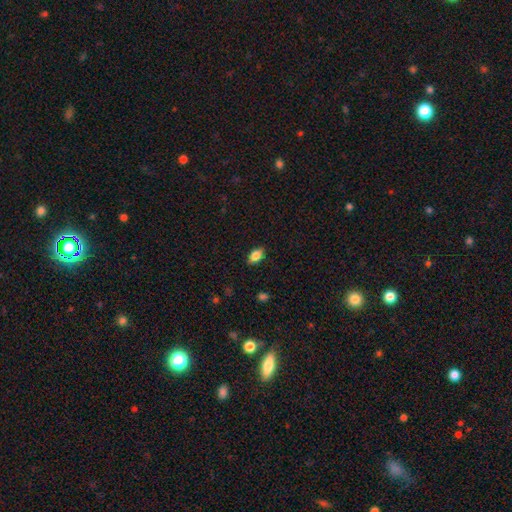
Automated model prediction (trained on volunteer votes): Smooth or featured? smooth (81%)
How rounded? in between (89%)
Merging? none (86%)